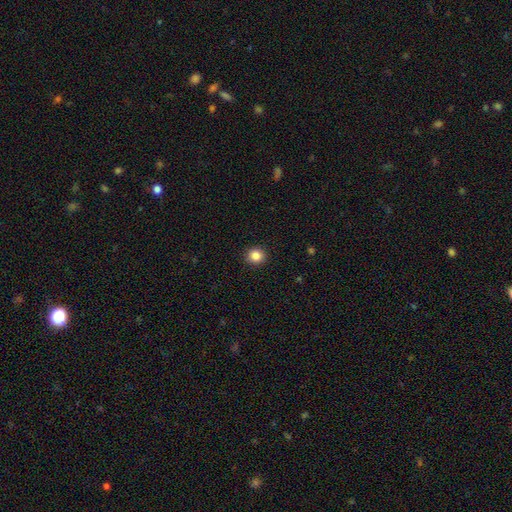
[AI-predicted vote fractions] A smooth galaxy with no disk features (85%) that is round (91%).

Vote fractions:
- Smooth or featured? smooth: 85% / star or artifact: 11% / featured or disk: 4%
- How rounded? round: 91% / in between: 8% / cigar-shaped: 1%
- Merging? none: 92% / minor disturbance: 5% / major disturbance: 2% / merger: 1%